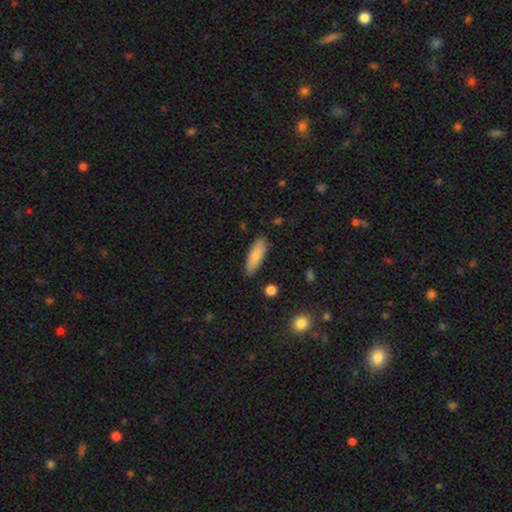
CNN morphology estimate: Smooth or featured? Predicted: smooth (p=0.83). How rounded? Predicted: in between (p=0.55). Merging? Predicted: none (p=0.86).